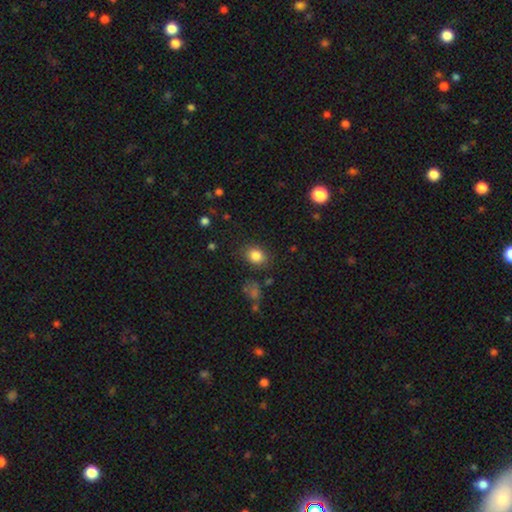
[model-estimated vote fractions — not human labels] Smooth or featured?
  - smooth: 84% *
  - star or artifact: 10%
  - featured or disk: 6%
How rounded?
  - in between: 50% *
  - round: 49%
  - cigar-shaped: 1%
Merging?
  - none: 80% *
  - minor disturbance: 13%
  - major disturbance: 4%
  - merger: 2%